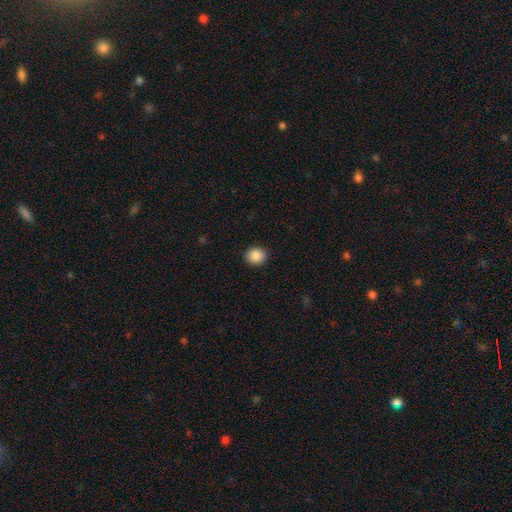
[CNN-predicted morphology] Smooth or featured? smooth (89%)
How rounded? round (76%)
Merging? none (91%)